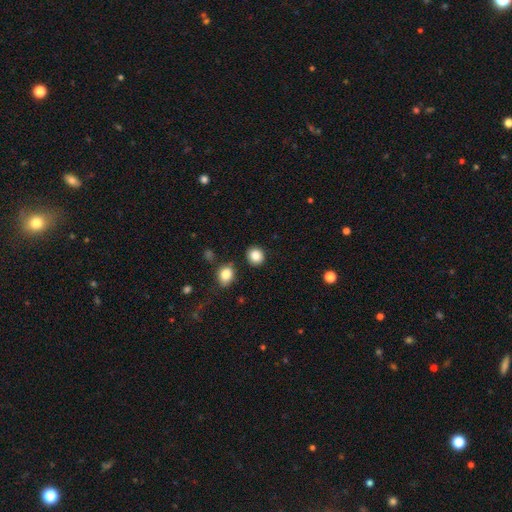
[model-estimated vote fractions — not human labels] Morphology: type=smooth (86%); roundness=round (81%); merging=none (86%).